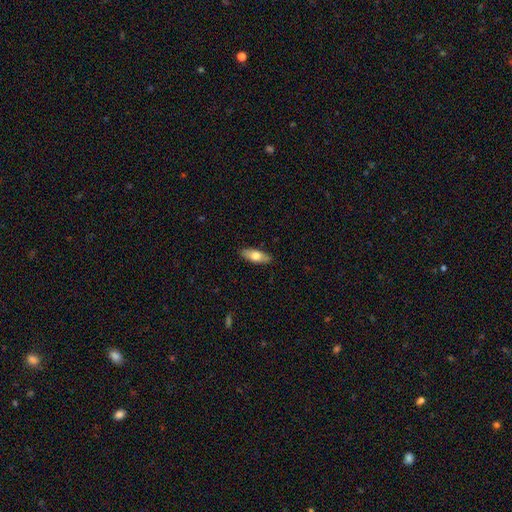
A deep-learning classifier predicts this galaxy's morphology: type=smooth (70%); roundness=in between (75%); merging=none (88%).